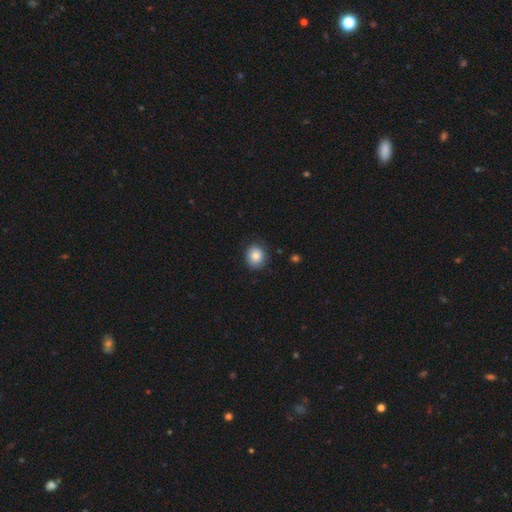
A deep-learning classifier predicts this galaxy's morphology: Smooth or featured? Predicted: smooth (p=0.84). How rounded? Predicted: round (p=0.73). Merging? Predicted: none (p=0.84).